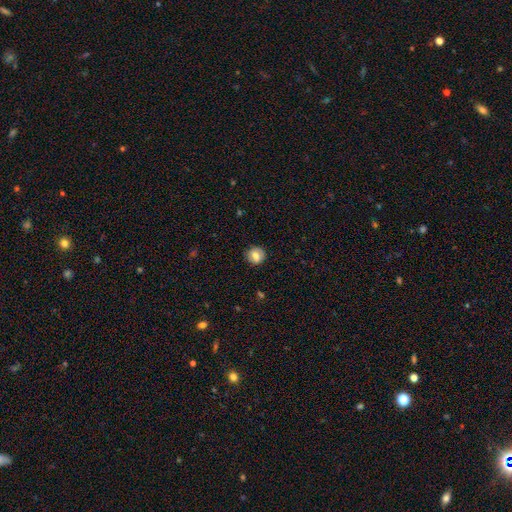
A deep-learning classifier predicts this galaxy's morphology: type=smooth (70%); roundness=round (89%); merging=none (87%).